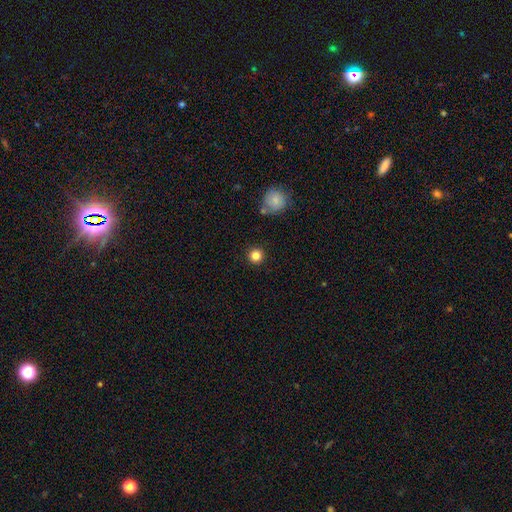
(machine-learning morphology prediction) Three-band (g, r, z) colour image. It shows a smooth galaxy with no disk features (84%) that is round (95%). Merging: none (90%).